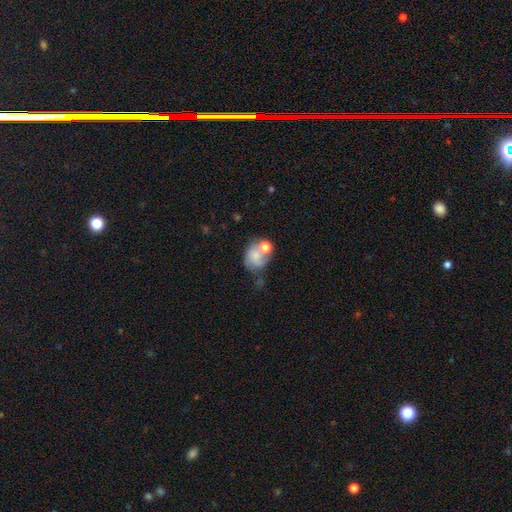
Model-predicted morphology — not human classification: The model was most divided on "how rounded": round: 52%, in between: 47%, cigar-shaped: 1%. Remaining: smooth or featured — smooth (52%); merging — merger (34%).